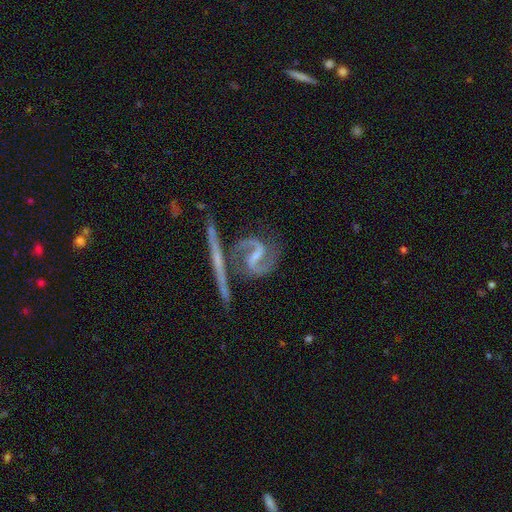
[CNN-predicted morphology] This is clearly a featured or disk galaxy (90%). It is clearly not viewed edge-on (95%). Bar: marginally weak (42%). Spiral arm pattern: clearly yes (97%). Spiral arm count: clearly 2 (92%). Spiral winding: possibly medium (58%). Central bulge: possibly small (50%). Merging: possibly none (50%).